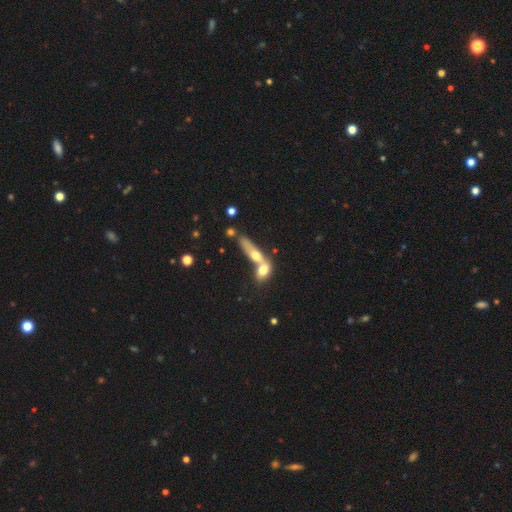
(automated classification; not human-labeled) This appears to be a smooth galaxy with no disk features (57%) that is cigar-shaped (47%). Merging: merger (67%).